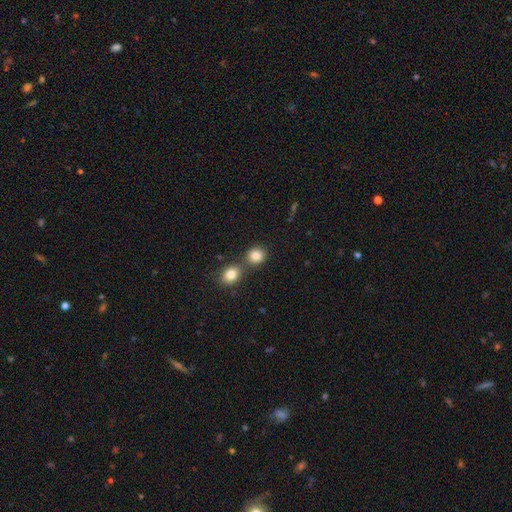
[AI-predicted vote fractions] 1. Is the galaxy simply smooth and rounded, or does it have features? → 84% smooth, 10% star or artifact, 6% featured or disk.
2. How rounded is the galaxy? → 82% round, 17% in between, 1% cigar-shaped.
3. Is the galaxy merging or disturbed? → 62% none, 27% merger, 8% minor disturbance, 3% major disturbance.